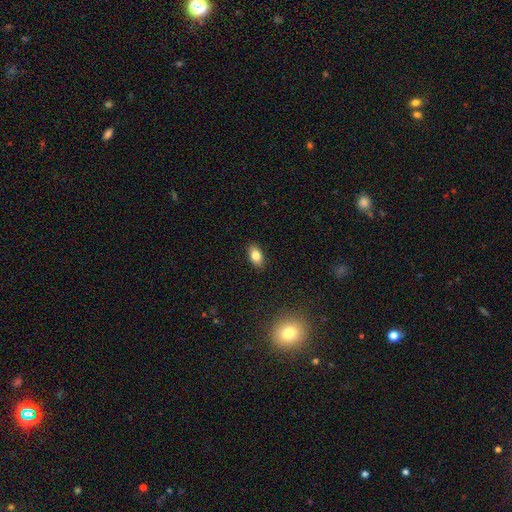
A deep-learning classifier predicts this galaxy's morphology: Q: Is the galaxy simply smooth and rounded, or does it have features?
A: smooth — 82%.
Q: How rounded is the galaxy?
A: in between — 89%.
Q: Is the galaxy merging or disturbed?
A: none — 89%.